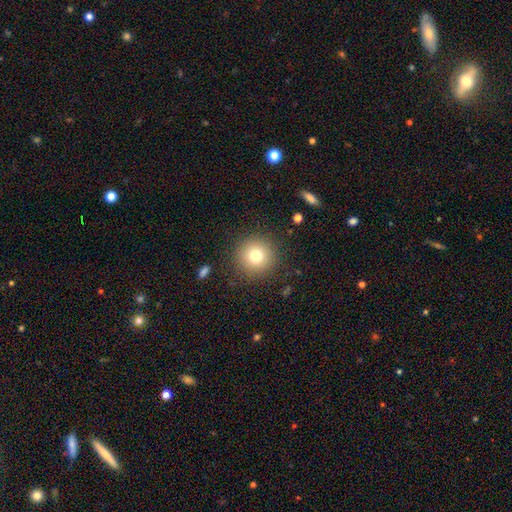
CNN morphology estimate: Smooth or featured? smooth (77%)
How rounded? round (95%)
Merging? none (89%)